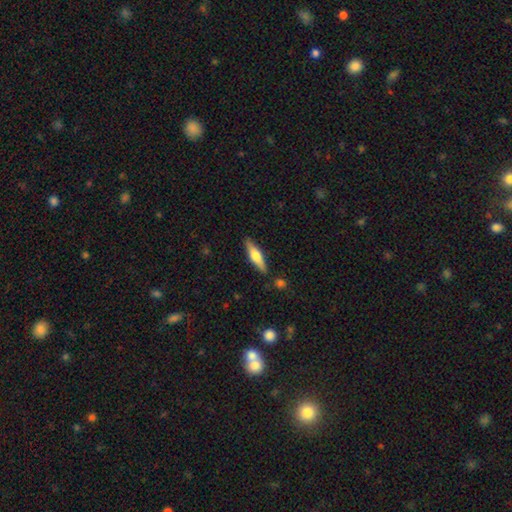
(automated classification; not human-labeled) Morphology: type=smooth (48%); merging=none (86%).